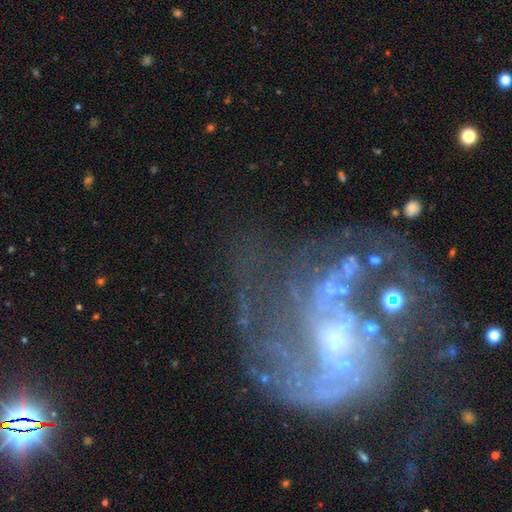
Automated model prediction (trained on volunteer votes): This is clearly a featured or disk galaxy (82%). It is clearly not viewed edge-on (98%). Bar: possibly no (52%). Spiral arm pattern: clearly yes (86%). Spiral arm count: marginally 2 (44%). Spiral winding: marginally medium (45%). Central bulge: marginally small (42%). Merging: marginally major disturbance (37%, tied with none).